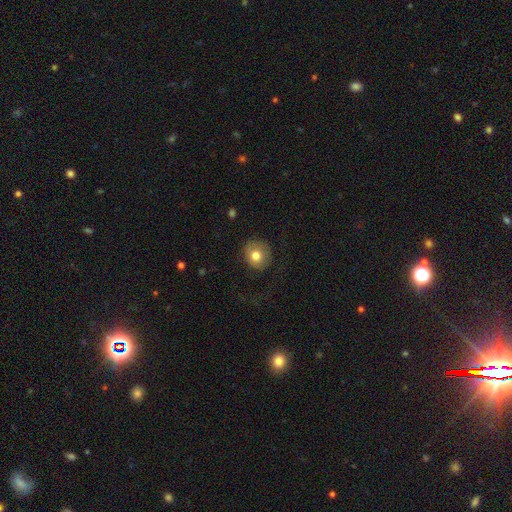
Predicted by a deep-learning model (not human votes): Morphology: type=smooth (75%); roundness=round (86%); merging=none (80%).